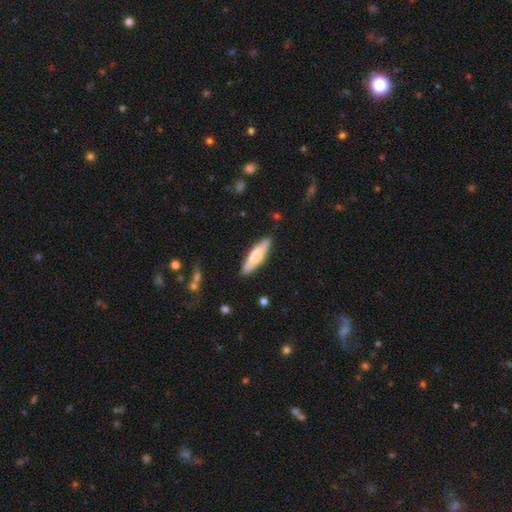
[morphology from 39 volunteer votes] smooth_or_featured: smooth (p=0.64) [alt: featured or disk p=0.31]
how_rounded: cigar-shaped (p=0.76) [alt: in between p=0.20]
merging: none (p=0.86) [alt: minor disturbance p=0.11]